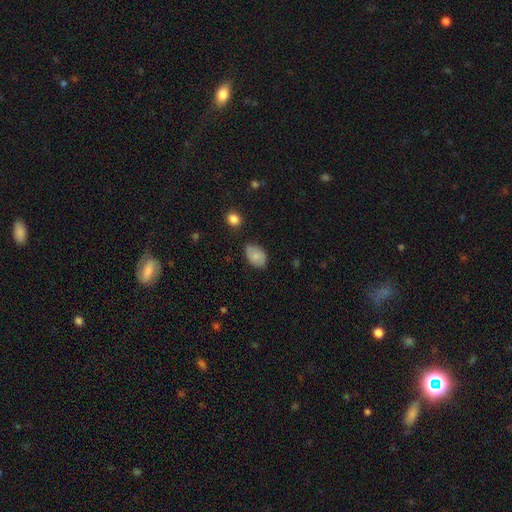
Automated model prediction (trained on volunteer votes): smooth_or_featured: smooth (p=0.77) [alt: featured or disk p=0.16]
how_rounded: in between (p=0.82) [alt: round p=0.17]
merging: none (p=0.69) [alt: minor disturbance p=0.24]